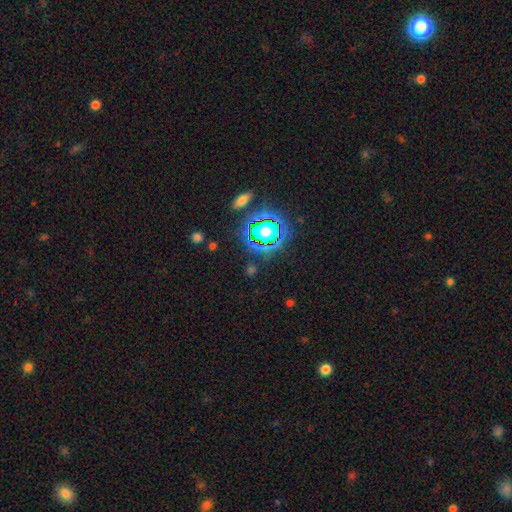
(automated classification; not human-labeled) Smooth or featured: star or artifact — 80% (smooth — 13%)